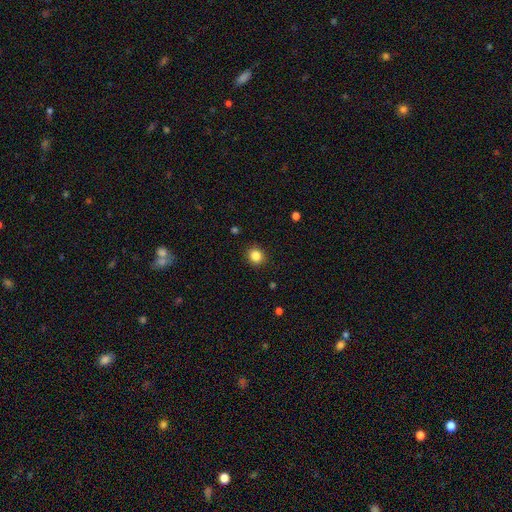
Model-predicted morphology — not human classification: smooth-or-featured: smooth: 85% | star or artifact: 11% | featured or disk: 4%
  how-rounded: round: 81% | in between: 18% | cigar-shaped: 1%
  merging: none: 90% | minor disturbance: 7% | major disturbance: 2% | merger: 1%